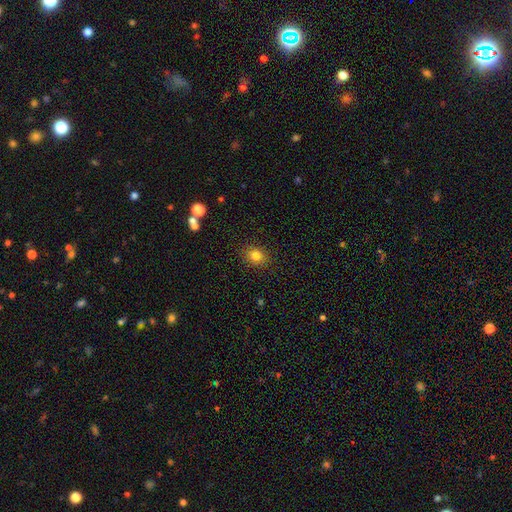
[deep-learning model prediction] Smooth or featured? smooth (81%)
How rounded? round (62%)
Merging? none (88%)